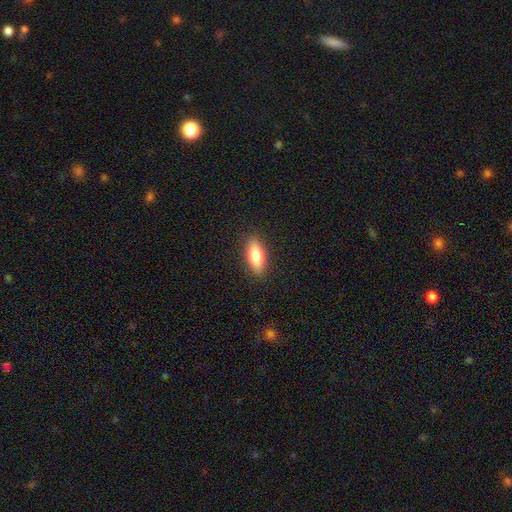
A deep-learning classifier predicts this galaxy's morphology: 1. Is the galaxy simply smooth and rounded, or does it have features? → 79% smooth, 14% featured or disk, 7% star or artifact.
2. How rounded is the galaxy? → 76% in between, 21% cigar-shaped, 3% round.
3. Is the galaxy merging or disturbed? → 88% none, 9% minor disturbance, 2% major disturbance, 1% merger.